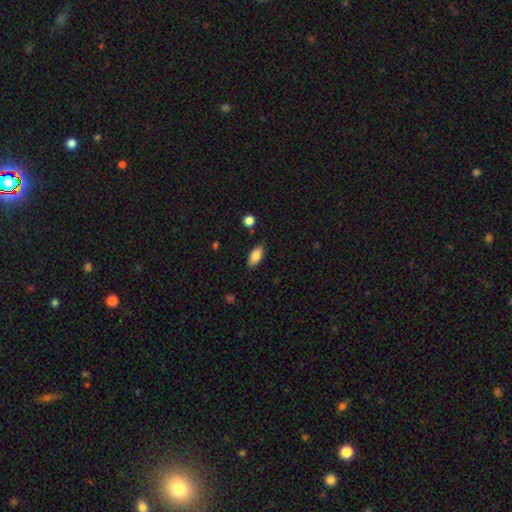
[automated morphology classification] Smooth or featured: smooth — 83% (featured or disk — 9%)
How rounded: in between — 88% (cigar-shaped — 9%)
Merging: none — 83% (minor disturbance — 12%)